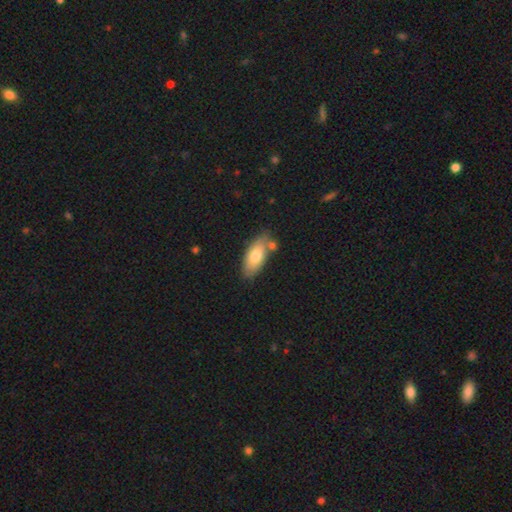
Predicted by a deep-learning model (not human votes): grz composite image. It shows a smooth galaxy with no disk features (71%) that is in between round and cigar-shaped (85%). Merging: none (69%).